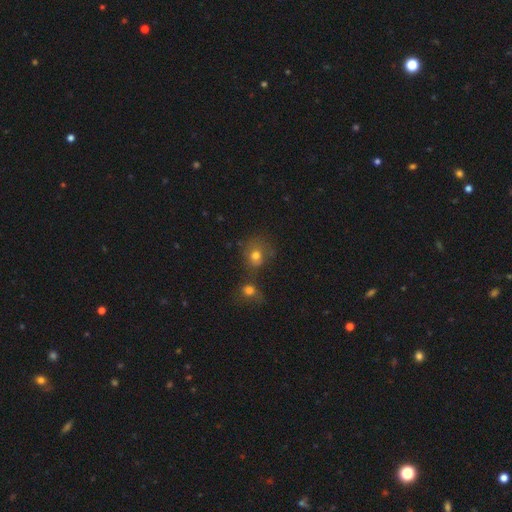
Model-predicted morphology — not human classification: Q: Smooth or featured?
A: smooth (72%); runner-up: star or artifact (14%)
Q: How rounded?
A: round (72%); runner-up: in between (27%)
Q: Merging?
A: none (41%); runner-up: merger (32%)